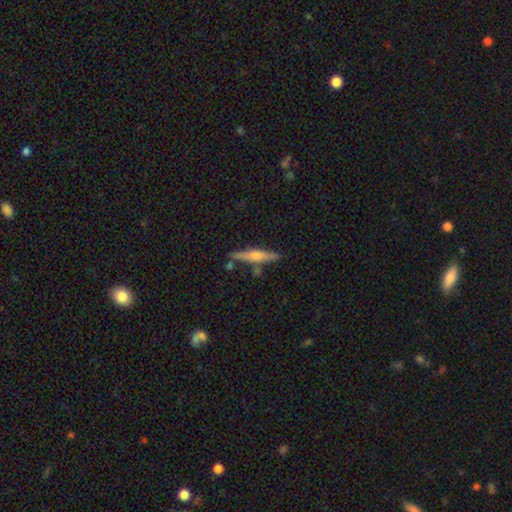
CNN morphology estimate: smooth-or-featured: featured or disk: 60% | smooth: 34% | star or artifact: 6%
  disk-edge-on: yes: 97% | no: 3%
    edge-on-bulge: rounded: 82% | boxy: 9% | none: 9%
  merging: none: 81% | minor disturbance: 11% | merger: 5% | major disturbance: 2%